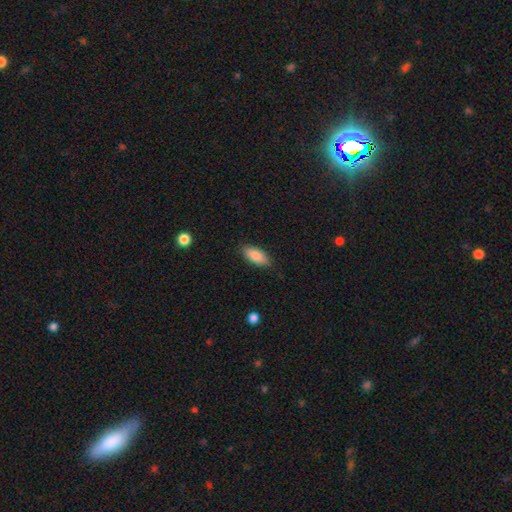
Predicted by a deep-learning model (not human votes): Q: Smooth or featured?
A: smooth (86%); runner-up: featured or disk (7%)
Q: How rounded?
A: in between (82%); runner-up: cigar-shaped (16%)
Q: Merging?
A: none (86%); runner-up: minor disturbance (11%)